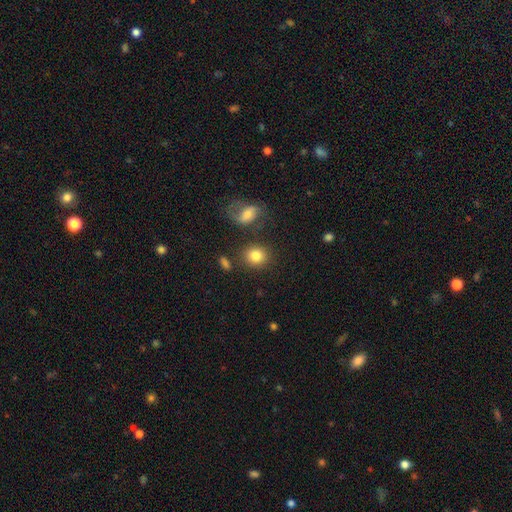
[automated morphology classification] Smooth or featured: smooth — 82% (star or artifact — 9%)
How rounded: round — 75% (in between — 24%)
Merging: none — 77% (minor disturbance — 11%)